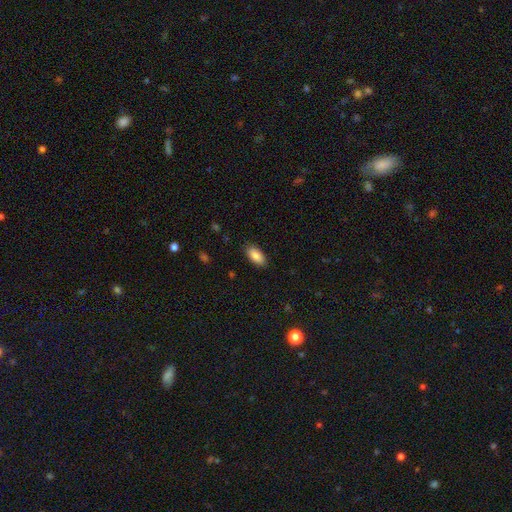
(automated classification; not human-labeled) This appears to be a smooth galaxy with no disk features (87%) that is in between round and cigar-shaped (91%). Merging: none (87%).